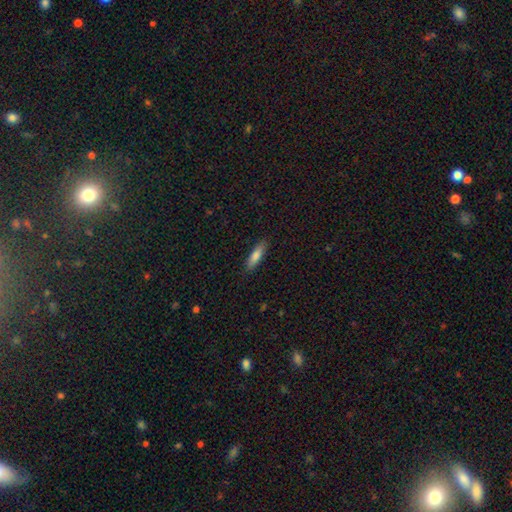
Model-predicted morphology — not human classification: Smooth or featured? Predicted: smooth (p=0.80). How rounded? Predicted: cigar-shaped (p=0.68). Merging? Predicted: none (p=0.89).